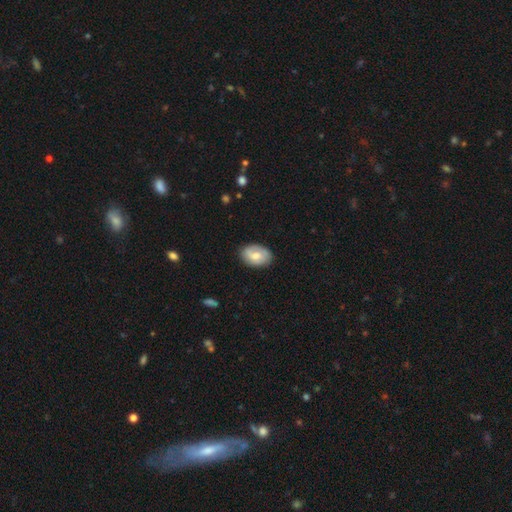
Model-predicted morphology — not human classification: Q: Smooth or featured?
A: smooth (66%); runner-up: featured or disk (28%)
Q: How rounded?
A: in between (86%); runner-up: round (13%)
Q: Merging?
A: none (81%); runner-up: minor disturbance (15%)